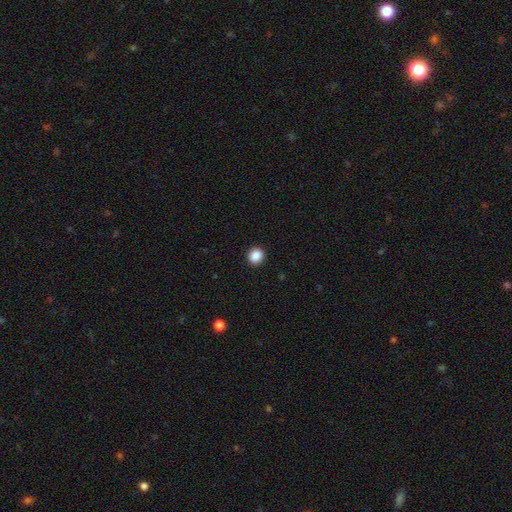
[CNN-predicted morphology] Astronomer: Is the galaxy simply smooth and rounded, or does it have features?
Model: smooth — 88%.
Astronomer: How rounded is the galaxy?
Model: round — 85%.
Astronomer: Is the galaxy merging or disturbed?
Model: none — 92%.